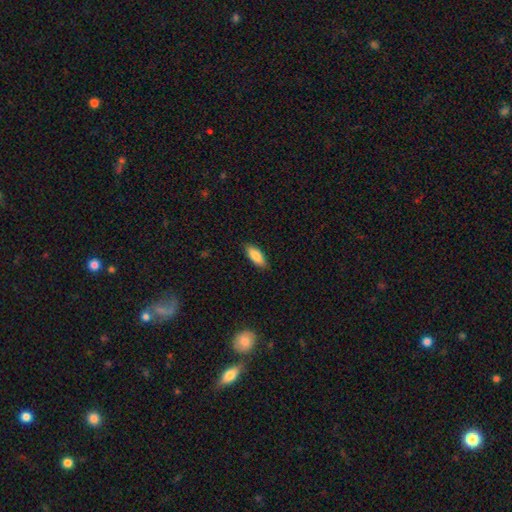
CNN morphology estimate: Smooth or featured? Predicted: smooth (p=0.86). How rounded? Predicted: in between (p=0.77). Merging? Predicted: none (p=0.87).